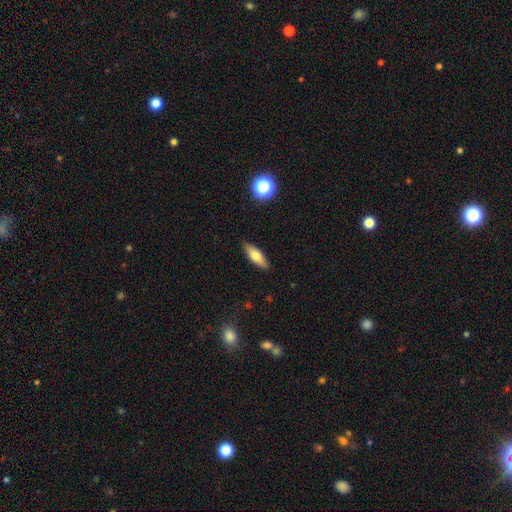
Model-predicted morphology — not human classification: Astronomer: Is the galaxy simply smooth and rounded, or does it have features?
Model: smooth — 64%.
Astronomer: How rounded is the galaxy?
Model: in between — 52% (runner-up: cigar-shaped, 45%).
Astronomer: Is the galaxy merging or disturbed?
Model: none — 89%.